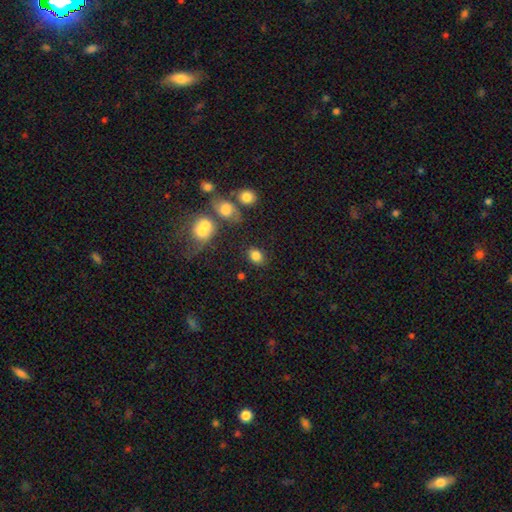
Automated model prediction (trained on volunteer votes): A smooth galaxy with no disk features (83%) that is in between round and cigar-shaped (51%). Merging: none (78%).